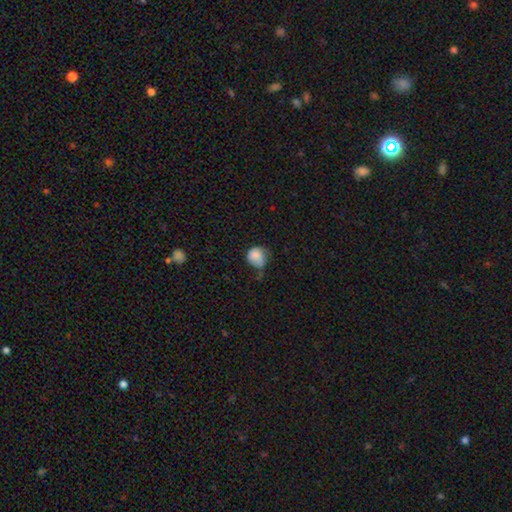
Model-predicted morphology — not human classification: Smooth or featured? smooth (80%)
How rounded? round (73%)
Merging? minor disturbance (42%)